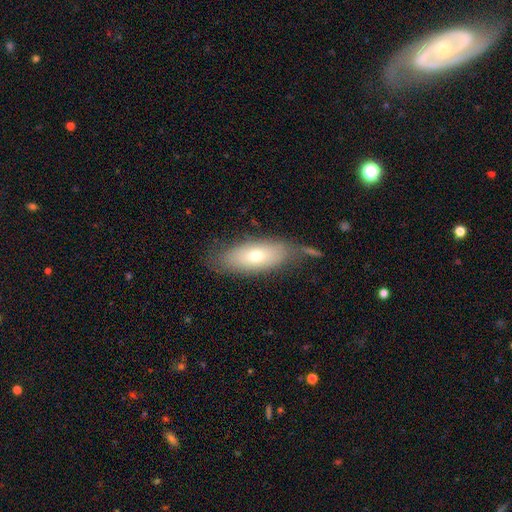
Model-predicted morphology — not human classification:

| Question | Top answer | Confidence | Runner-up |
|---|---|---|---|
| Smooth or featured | smooth | 68% | featured or disk (24%) |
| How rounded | in between | 80% | cigar-shaped (17%) |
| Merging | none | 65% | minor disturbance (21%) |